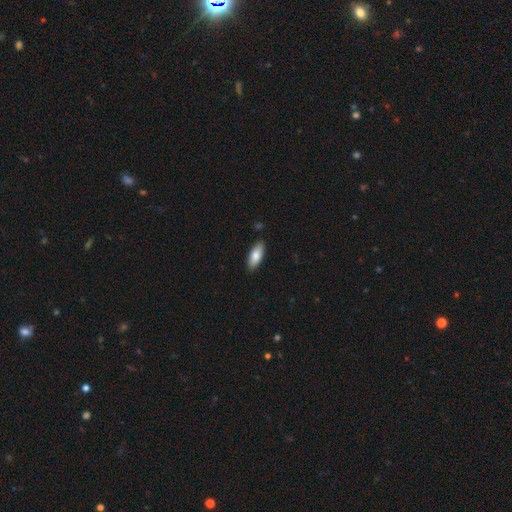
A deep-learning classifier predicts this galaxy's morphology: Overall: smooth (80%). How rounded: in between (77%). Merging: none (88%).